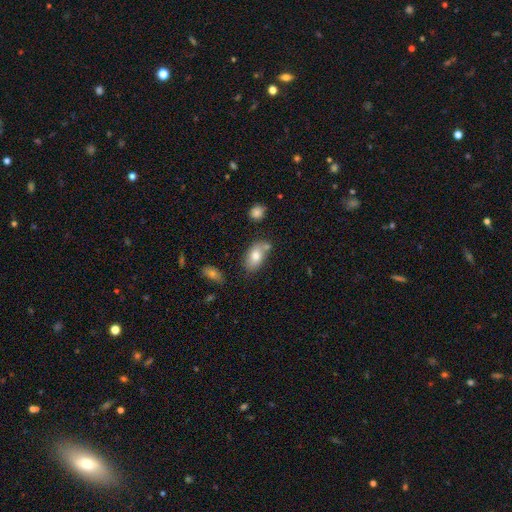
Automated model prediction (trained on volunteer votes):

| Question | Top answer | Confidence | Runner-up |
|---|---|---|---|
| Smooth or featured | smooth | 77% | featured or disk (16%) |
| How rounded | in between | 91% | round (7%) |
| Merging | none | 60% | minor disturbance (18%) |